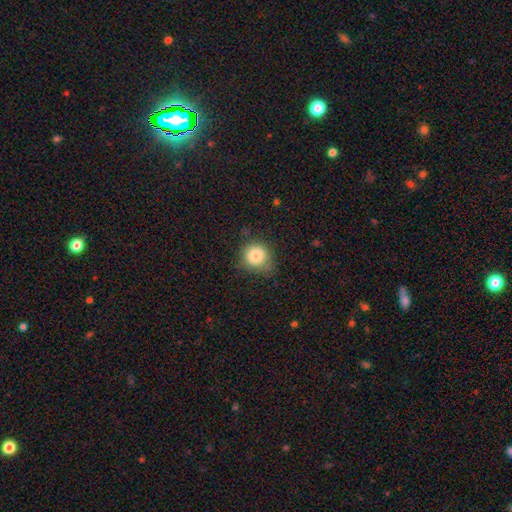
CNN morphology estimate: Smooth or featured? Predicted: smooth (p=0.82). How rounded? Predicted: round (p=0.87). Merging? Predicted: none (p=0.73).